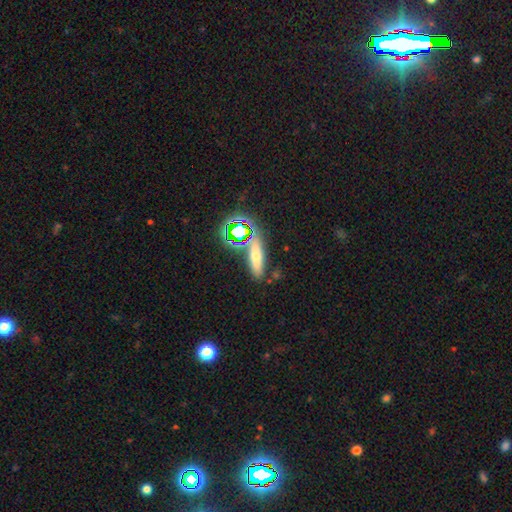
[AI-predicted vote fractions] smooth_or_featured: smooth (p=0.55) [alt: star or artifact p=0.26]
how_rounded: cigar-shaped (p=0.50) [alt: in between p=0.38]
merging: none (p=0.73) [alt: minor disturbance p=0.12]